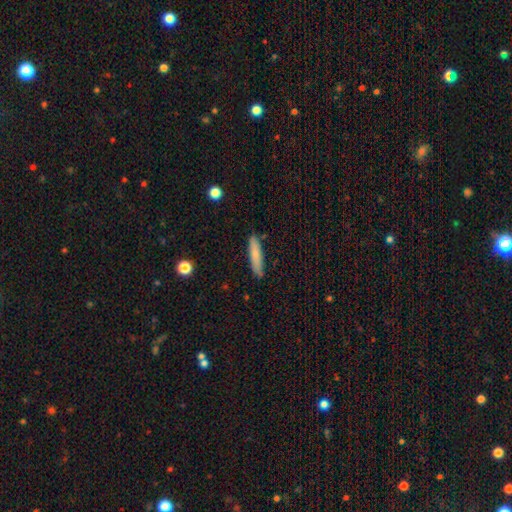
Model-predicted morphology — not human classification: The model was most divided on "how rounded": cigar-shaped: 77%, in between: 22%, round: 1%. More confident: merging — none (84%); smooth or featured — smooth (81%).